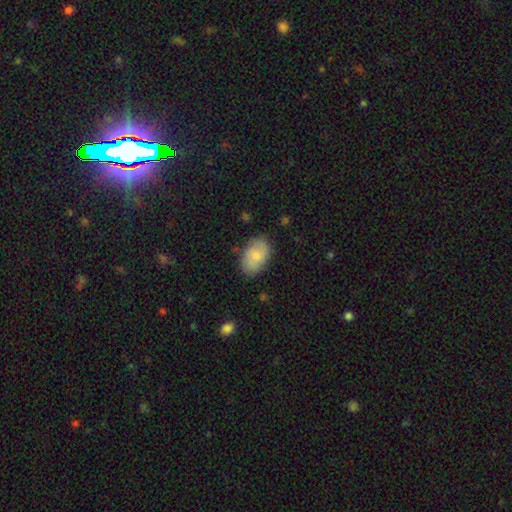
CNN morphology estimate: A smooth galaxy with no disk features (74%) that is in between round and cigar-shaped (89%). Merging: none (80%).